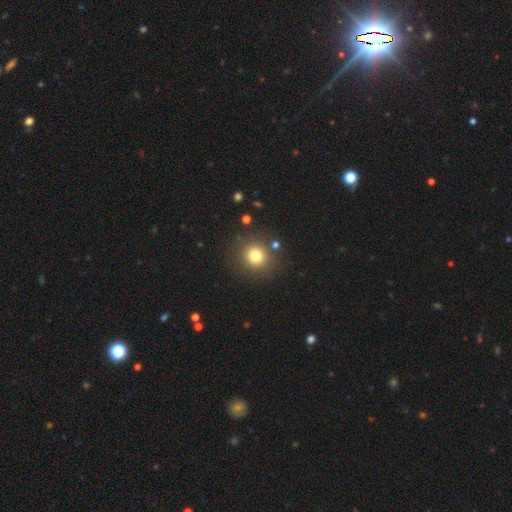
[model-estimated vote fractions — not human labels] smooth_or_featured: smooth (p=0.77) [alt: star or artifact p=0.14]
how_rounded: round (p=0.90) [alt: in between p=0.09]
merging: none (p=0.86) [alt: minor disturbance p=0.08]